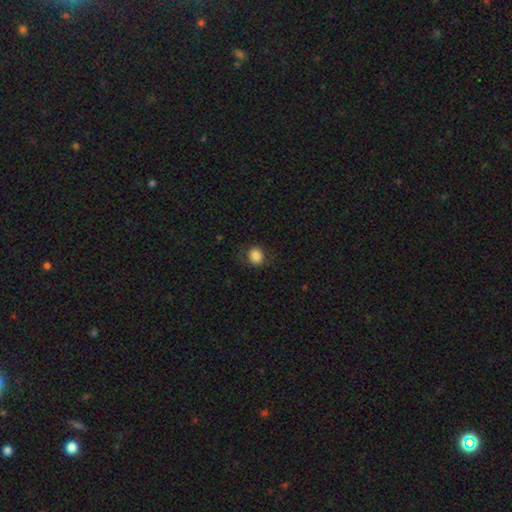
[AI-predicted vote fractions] Smooth or featured?
  - smooth: 84% *
  - star or artifact: 10%
  - featured or disk: 7%
How rounded?
  - round: 61% *
  - in between: 38%
  - cigar-shaped: 1%
Merging?
  - none: 76% *
  - minor disturbance: 16%
  - major disturbance: 7%
  - merger: 1%